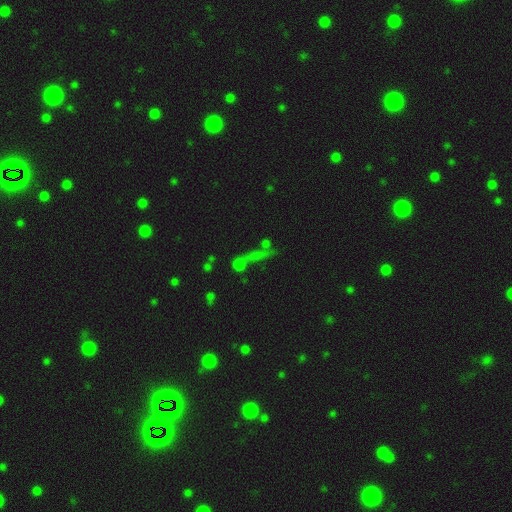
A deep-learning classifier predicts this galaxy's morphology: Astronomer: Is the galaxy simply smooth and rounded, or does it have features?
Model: smooth — 41% (runner-up: star or artifact, 39%).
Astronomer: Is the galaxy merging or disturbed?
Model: none — 50%.